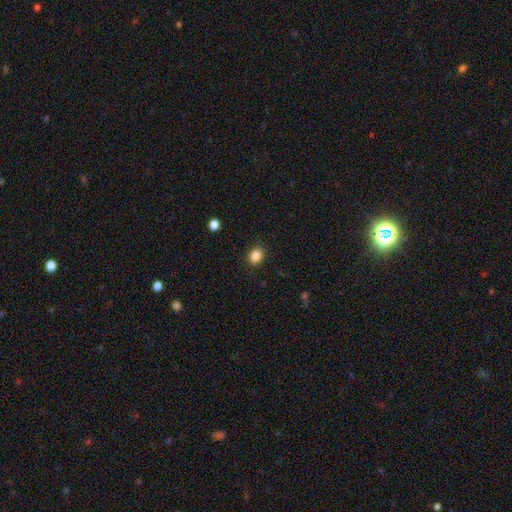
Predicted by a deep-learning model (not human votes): A smooth galaxy with no disk features (86%) that is round (58%).

Vote fractions:
- Smooth or featured? smooth: 86% / star or artifact: 10% / featured or disk: 4%
- How rounded? round: 58% / in between: 41% / cigar-shaped: 1%
- Merging? none: 88% / minor disturbance: 8% / major disturbance: 3% / merger: 1%